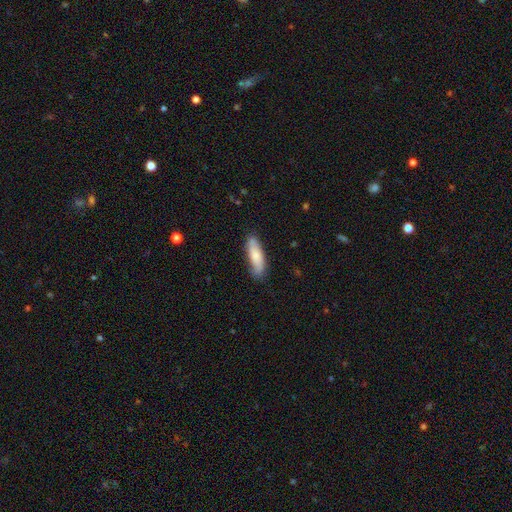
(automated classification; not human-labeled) The model was most divided on "how rounded": cigar-shaped: 52%, in between: 46%, round: 2%. More confident: merging — none (77%); smooth or featured — smooth (74%).